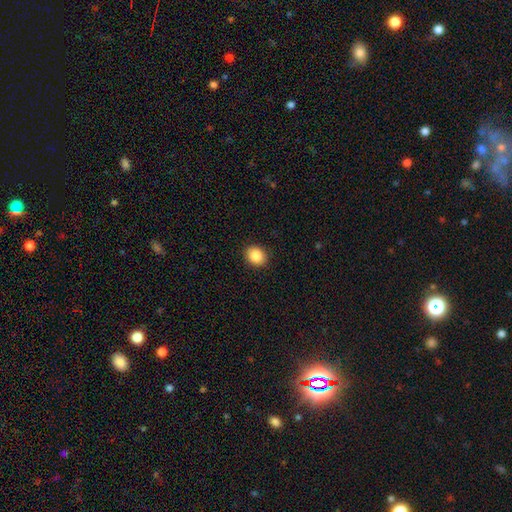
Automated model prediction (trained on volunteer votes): A smooth galaxy with no disk features (87%) that is round (64%). Merging: none (91%).